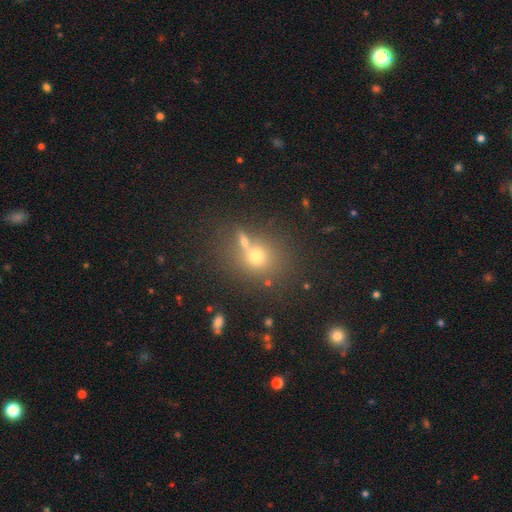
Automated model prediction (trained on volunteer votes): Smooth or featured? smooth (62%)
How rounded? round (74%)
Merging? none (52%)